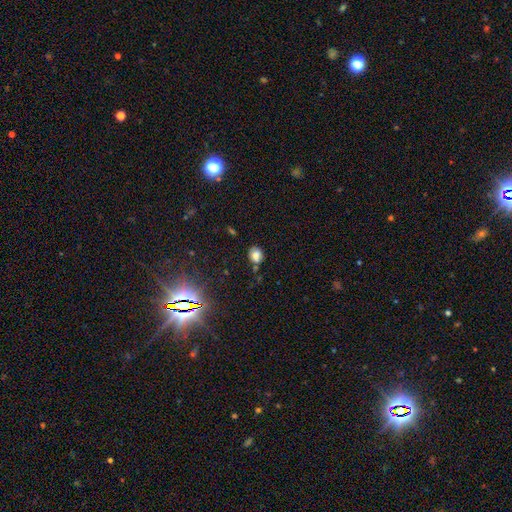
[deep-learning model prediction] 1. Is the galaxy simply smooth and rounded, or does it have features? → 70% smooth, 15% star or artifact, 15% featured or disk.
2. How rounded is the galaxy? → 51% round, 47% in between, 1% cigar-shaped.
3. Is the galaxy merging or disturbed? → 65% none, 20% minor disturbance, 10% merger, 6% major disturbance.